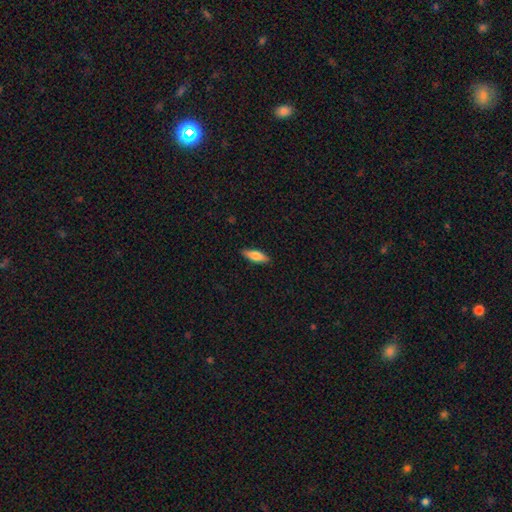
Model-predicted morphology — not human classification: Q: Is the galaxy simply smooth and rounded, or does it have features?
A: smooth — 74%.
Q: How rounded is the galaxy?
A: in between — 55%.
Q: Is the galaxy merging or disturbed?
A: none — 88%.